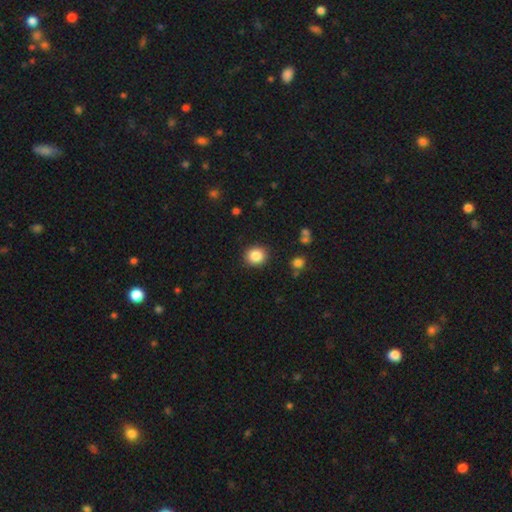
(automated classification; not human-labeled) Overall: smooth (86%). How rounded: round (86%). Merging: none (90%).